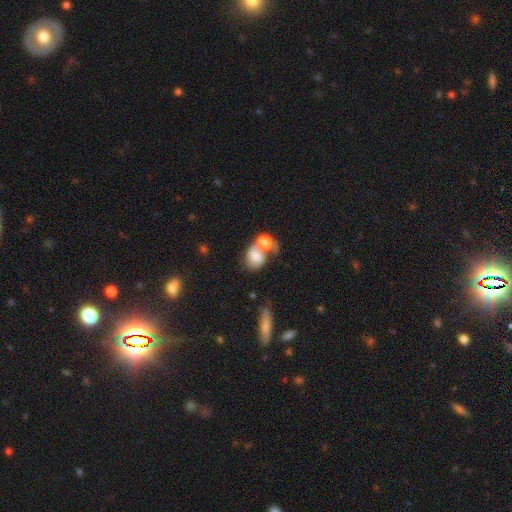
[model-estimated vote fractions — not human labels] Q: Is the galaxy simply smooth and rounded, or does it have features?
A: smooth — 66%.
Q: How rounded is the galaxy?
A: in between — 57%.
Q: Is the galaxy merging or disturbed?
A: merger — 58%.